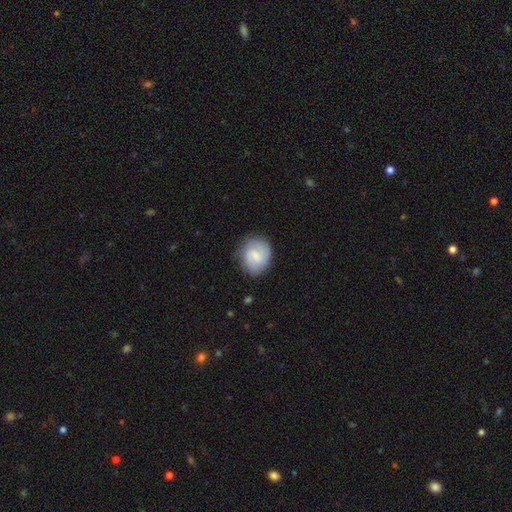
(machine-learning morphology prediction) type=featured or disk (49%); merging=none (78%).